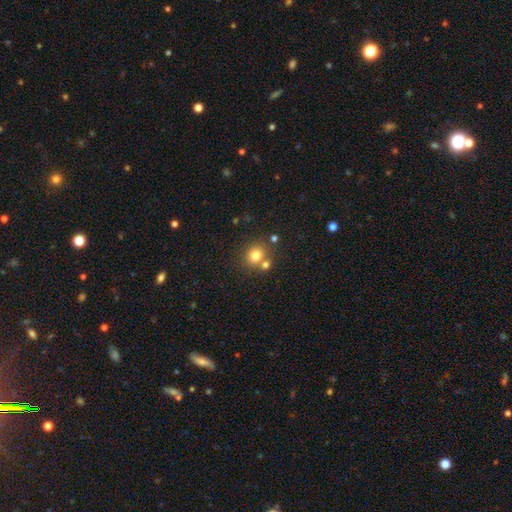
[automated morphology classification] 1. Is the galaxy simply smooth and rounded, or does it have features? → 78% smooth, 13% star or artifact, 10% featured or disk.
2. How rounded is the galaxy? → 79% round, 20% in between, 1% cigar-shaped.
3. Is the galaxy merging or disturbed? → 63% none, 25% merger, 9% minor disturbance, 3% major disturbance.